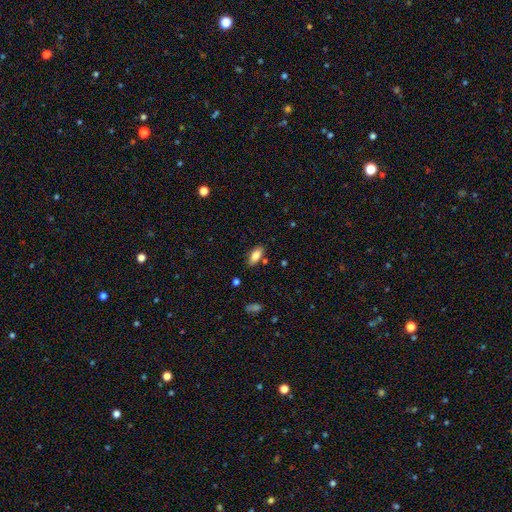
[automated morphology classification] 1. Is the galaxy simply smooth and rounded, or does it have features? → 83% smooth, 10% featured or disk, 8% star or artifact.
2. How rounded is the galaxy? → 86% in between, 11% cigar-shaped, 2% round.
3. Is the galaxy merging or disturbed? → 81% none, 13% minor disturbance, 3% merger, 3% major disturbance.